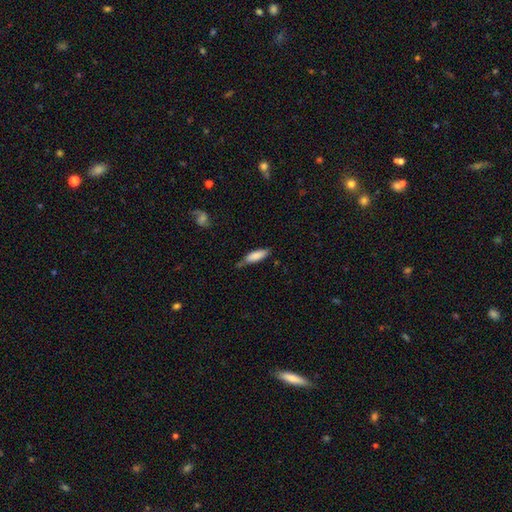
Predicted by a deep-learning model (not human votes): Q: Smooth or featured?
A: smooth (82%); runner-up: featured or disk (11%)
Q: How rounded?
A: in between (49%); tied with: cigar-shaped (49%)
Q: Merging?
A: none (62%); runner-up: minor disturbance (28%)